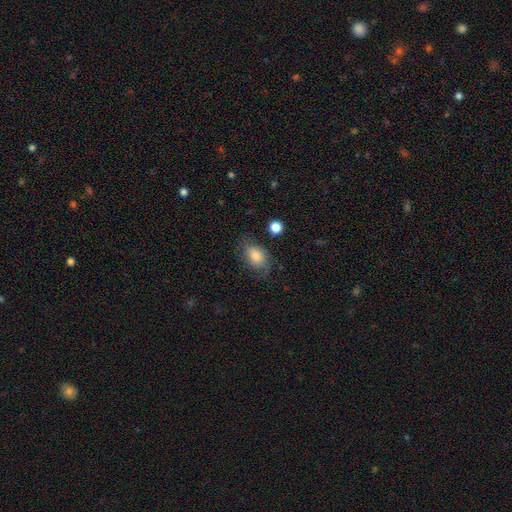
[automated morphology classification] The model was most divided on "merging": none: 61%, minor disturbance: 25%, major disturbance: 12%, merger: 2%. More confident: how rounded — in between (79%); smooth or featured — smooth (67%).